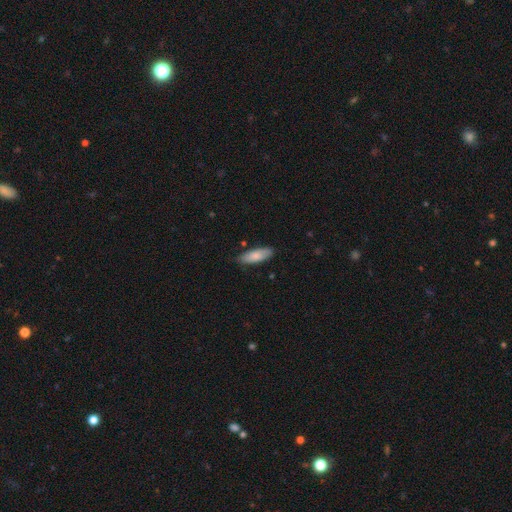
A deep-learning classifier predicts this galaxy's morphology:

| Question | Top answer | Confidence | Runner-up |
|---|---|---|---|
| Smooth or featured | smooth | 80% | featured or disk (14%) |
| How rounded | in between | 63% | cigar-shaped (35%) |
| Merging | none | 81% | minor disturbance (15%) |